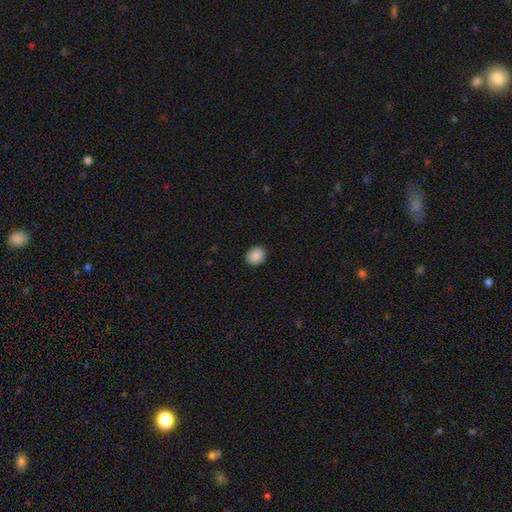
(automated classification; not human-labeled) Smooth or featured? Predicted: smooth (p=0.89). How rounded? Predicted: round (p=0.65). Merging? Predicted: none (p=0.91).